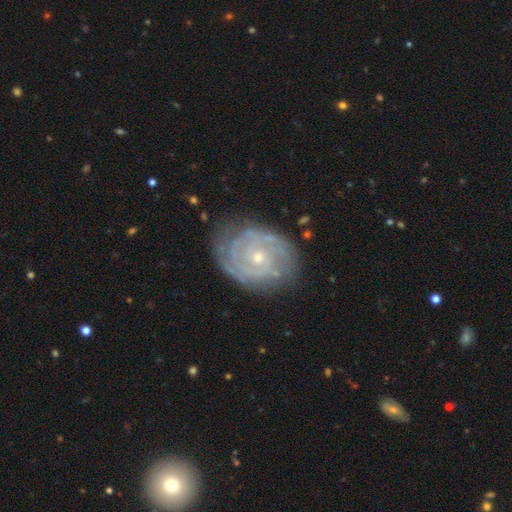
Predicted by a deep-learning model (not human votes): A featured or disk galaxy (82%) with no bar (70%), can't tell (30%, tied with 2) tight (74%) spiral arms (95%) and a small central bulge (66%).

Vote fractions:
- Smooth or featured? featured or disk: 82% / smooth: 9% / star or artifact: 8%
- Edge-on disk? no: 97% / yes: 3%
- Bar? no: 70% / weak: 24% / strong: 6%
- Spiral arms? yes: 95% / no: 5%
- Spiral winding? tight: 74% / medium: 21% / loose: 5%
- Spiral arm count? can't tell: 30% (tied) / 2: 30% (tied) / 3: 17% / 4: 10% / more than 4: 7% / 1: 6%
- Bulge size? small: 66% / moderate: 31% / large: 1% / none: 1% / dominant: 1%
- Merging? none: 78% / minor disturbance: 16% / major disturbance: 5% / merger: 1%